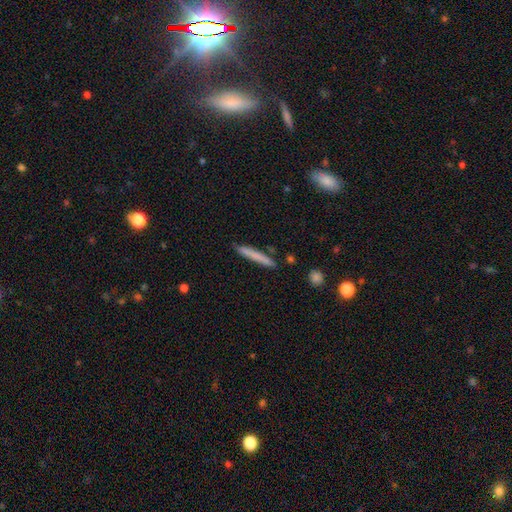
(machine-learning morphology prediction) smooth-or-featured: smooth: 73% | featured or disk: 21% | star or artifact: 6%
  how-rounded: cigar-shaped: 96% | in between: 3% | round: 1%
  merging: none: 87% | minor disturbance: 9% | merger: 2% | major disturbance: 2%